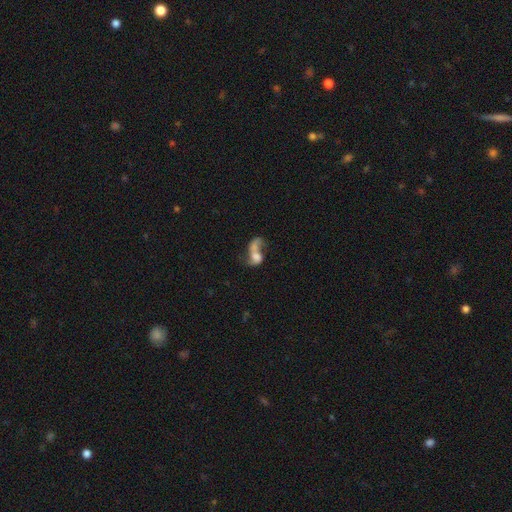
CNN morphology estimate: smooth-or-featured: featured or disk: 50% | smooth: 39% | star or artifact: 11%
  merging: merger: 51% | major disturbance: 23% | none: 17% | minor disturbance: 9%